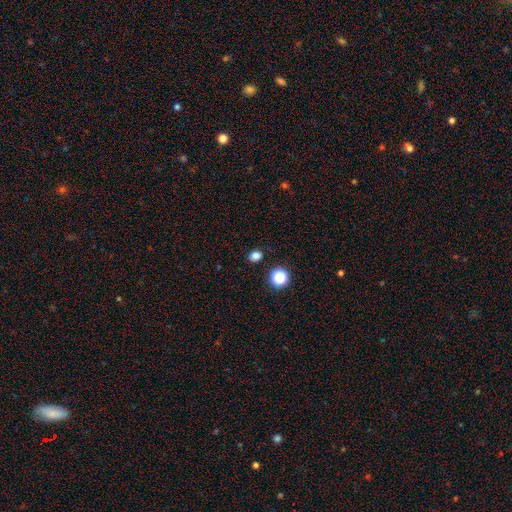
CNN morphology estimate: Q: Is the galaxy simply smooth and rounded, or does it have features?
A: smooth — 79%.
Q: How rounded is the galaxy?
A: round — 60%.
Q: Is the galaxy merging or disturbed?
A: none — 89%.